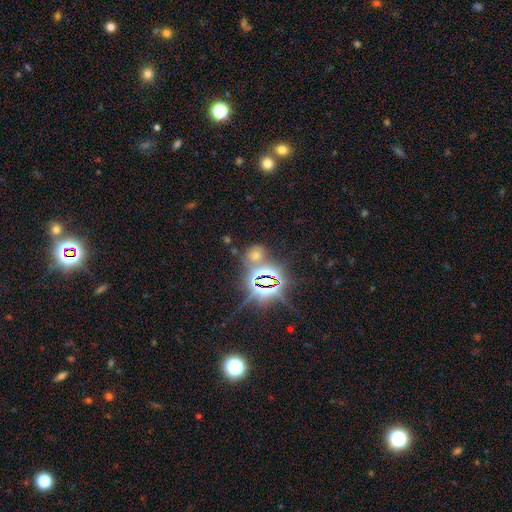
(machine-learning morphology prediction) Overall: star or artifact (53%; smooth 38%).